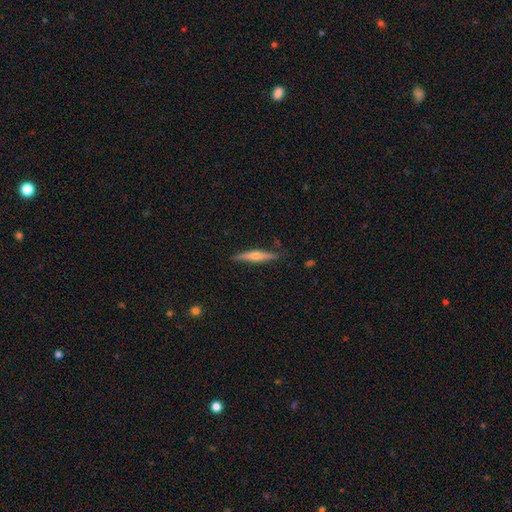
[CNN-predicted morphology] smooth_or_featured: featured or disk (p=0.65) [alt: smooth p=0.29]
disk_edge_on: yes (p=0.97) [alt: no p=0.03]
edge_on_bulge: rounded (p=0.86) [alt: none p=0.08]
merging: none (p=0.87) [alt: minor disturbance p=0.10]